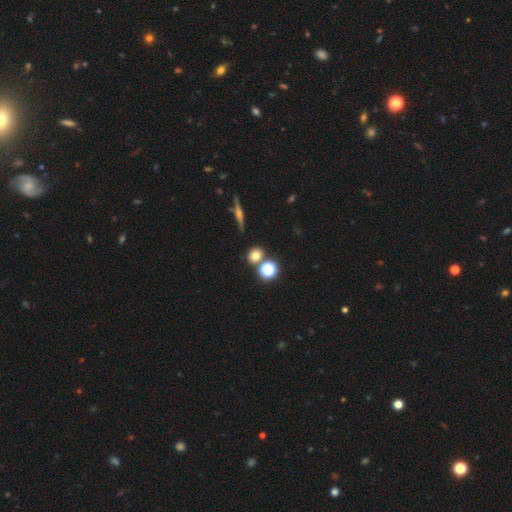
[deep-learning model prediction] Smooth or featured?
  - smooth: 70% *
  - star or artifact: 19%
  - featured or disk: 11%
How rounded?
  - round: 75% *
  - in between: 23%
  - cigar-shaped: 2%
Merging?
  - none: 72% *
  - merger: 16%
  - minor disturbance: 8%
  - major disturbance: 3%